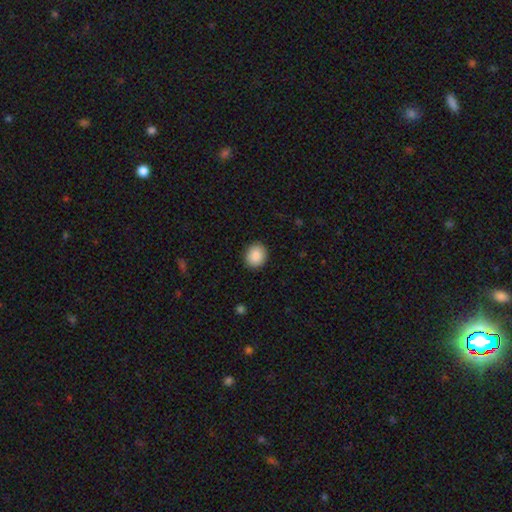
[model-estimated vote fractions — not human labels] Q: Smooth or featured?
A: smooth (89%); runner-up: star or artifact (8%)
Q: How rounded?
A: round (68%); runner-up: in between (31%)
Q: Merging?
A: none (90%); runner-up: minor disturbance (7%)